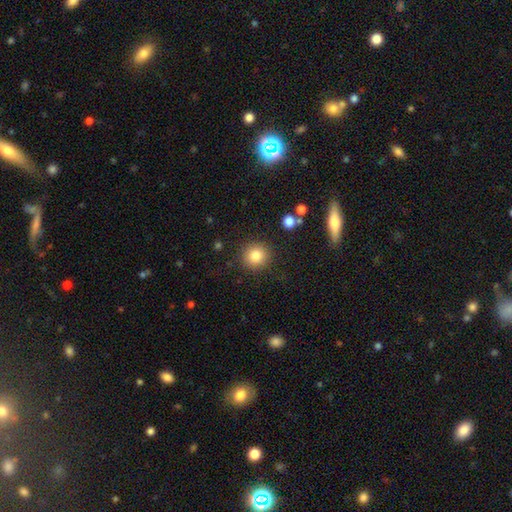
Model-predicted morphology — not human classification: Smooth or featured?
  - smooth: 83% *
  - star or artifact: 11%
  - featured or disk: 7%
How rounded?
  - round: 92% *
  - in between: 7%
  - cigar-shaped: 1%
Merging?
  - none: 88% *
  - minor disturbance: 7%
  - major disturbance: 3%
  - merger: 2%